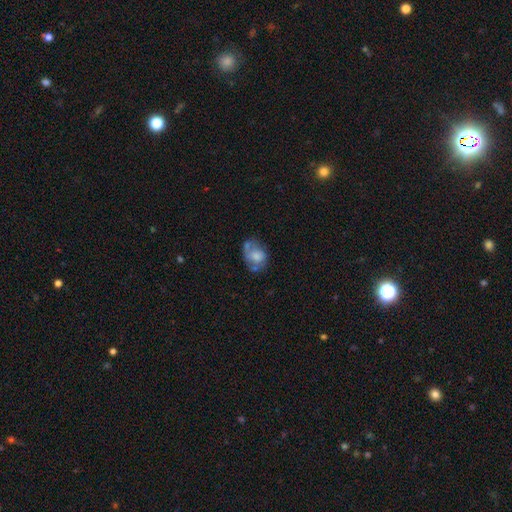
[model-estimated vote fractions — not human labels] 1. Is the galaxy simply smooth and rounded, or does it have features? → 54% smooth, 37% featured or disk, 9% star or artifact.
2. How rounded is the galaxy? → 63% in between, 36% round, 1% cigar-shaped.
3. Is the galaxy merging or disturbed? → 37% none, 28% minor disturbance, 20% major disturbance, 14% merger.